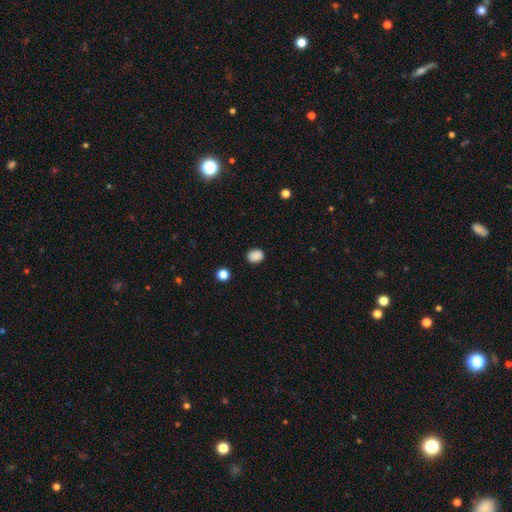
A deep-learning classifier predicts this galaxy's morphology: Smooth or featured?
  - smooth: 87% *
  - star or artifact: 10%
  - featured or disk: 3%
How rounded?
  - in between: 55% *
  - round: 44%
  - cigar-shaped: 1%
Merging?
  - none: 84% *
  - minor disturbance: 12%
  - major disturbance: 3%
  - merger: 2%